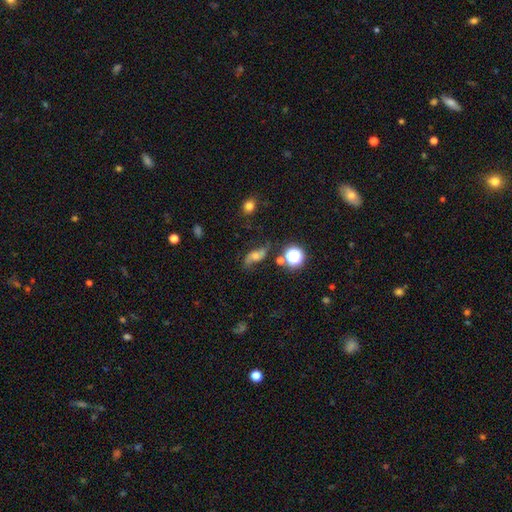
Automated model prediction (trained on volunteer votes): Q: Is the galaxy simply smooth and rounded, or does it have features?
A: featured or disk — 59%.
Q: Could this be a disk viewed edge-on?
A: no — 92%.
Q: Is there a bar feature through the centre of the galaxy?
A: no — 59%.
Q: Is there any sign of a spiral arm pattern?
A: yes — 90%.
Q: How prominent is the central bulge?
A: moderate — 50%.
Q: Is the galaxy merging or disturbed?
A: none — 68%.